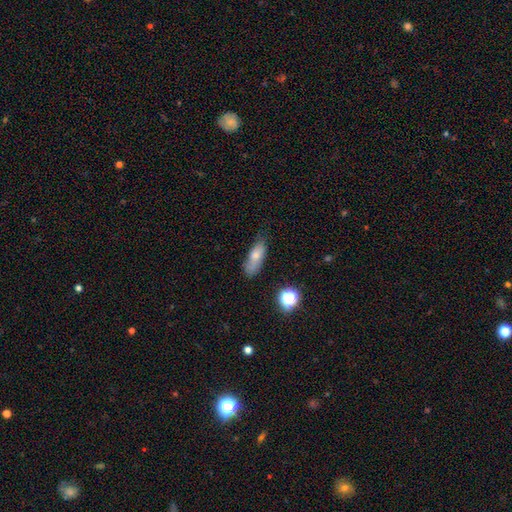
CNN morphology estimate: The model was most divided on "merging": none: 61%, minor disturbance: 28%, major disturbance: 8%, merger: 3%. More confident: smooth or featured — smooth (73%); how rounded — in between (69%).